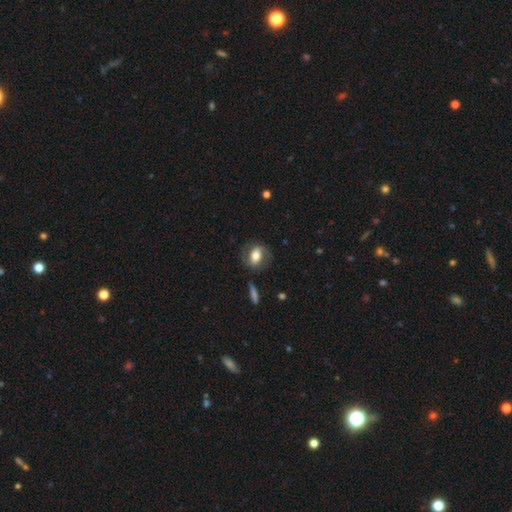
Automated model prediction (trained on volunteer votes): Smooth or featured?
  - featured or disk: 52% *
  - smooth: 41%
  - star or artifact: 7%
Edge-on disk?
  - no: 93% *
  - yes: 7%
Merging?
  - none: 74% *
  - minor disturbance: 15%
  - major disturbance: 9%
  - merger: 2%